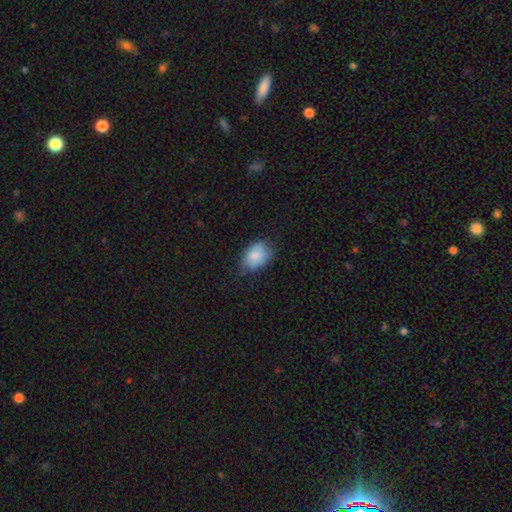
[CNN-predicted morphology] type=smooth (82%); roundness=in between (84%); merging=none (60%).